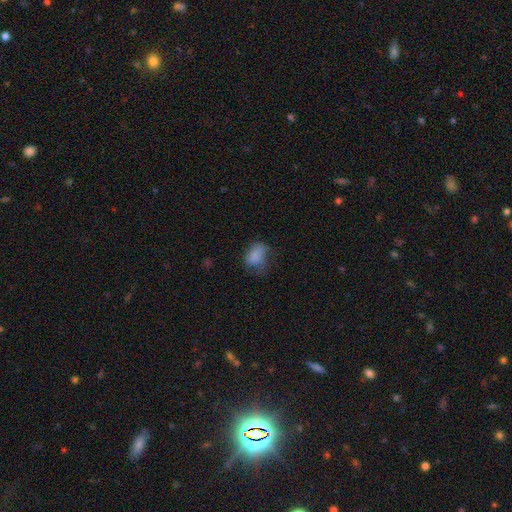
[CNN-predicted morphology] Smooth or featured? Predicted: smooth (p=0.77). How rounded? Predicted: in between (p=0.73). Merging? Predicted: none (p=0.40).